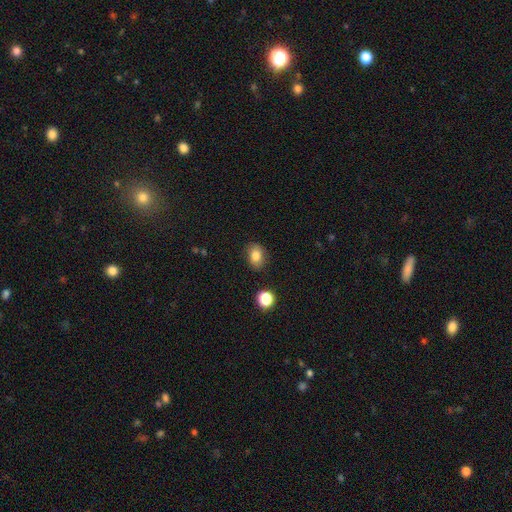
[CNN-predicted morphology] smooth-or-featured: smooth: 82% | star or artifact: 11% | featured or disk: 8%
  how-rounded: in between: 65% | round: 34% | cigar-shaped: 1%
  merging: none: 84% | minor disturbance: 11% | major disturbance: 3% | merger: 2%